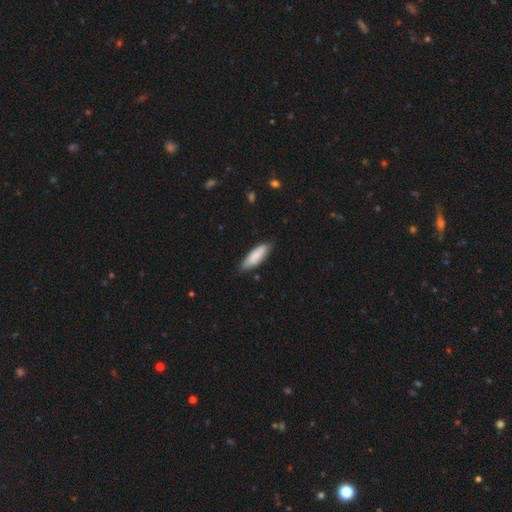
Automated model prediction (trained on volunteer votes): Morphology: type=smooth (85%); roundness=in between (53%); merging=none (78%).